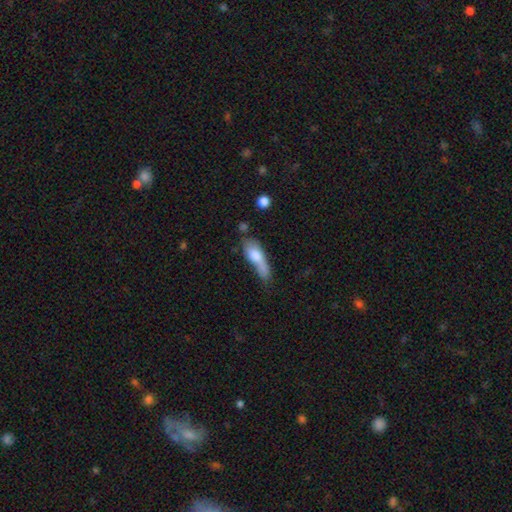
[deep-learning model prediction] smooth-or-featured: smooth: 68% | featured or disk: 24% | star or artifact: 7%
  how-rounded: in between: 51% | cigar-shaped: 44% | round: 5%
  merging: none: 27% | minor disturbance: 26% | major disturbance: 24% | merger: 23%